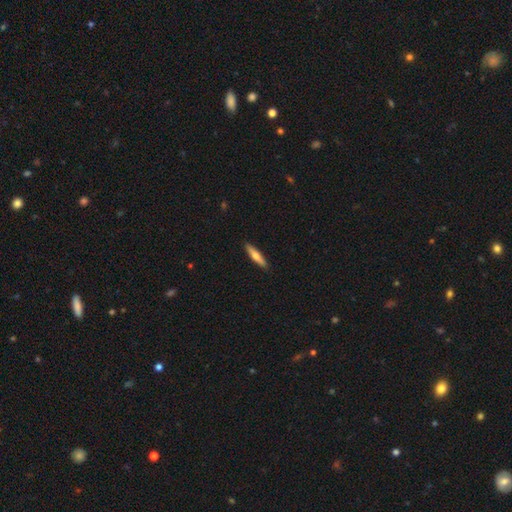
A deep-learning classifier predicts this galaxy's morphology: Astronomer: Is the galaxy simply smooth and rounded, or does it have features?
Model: smooth — 58% (runner-up: featured or disk, 37%).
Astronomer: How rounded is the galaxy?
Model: cigar-shaped — 85%.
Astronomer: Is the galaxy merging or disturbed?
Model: none — 91%.